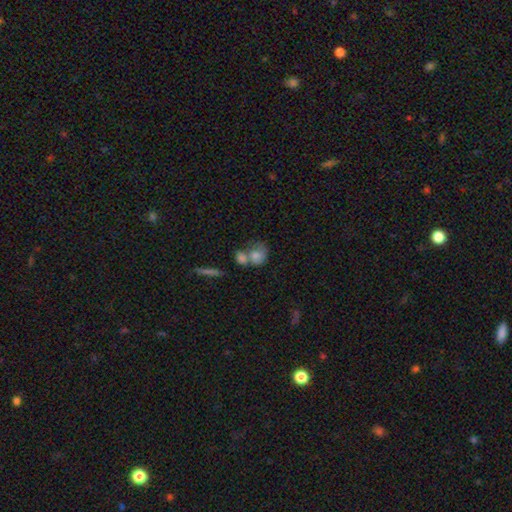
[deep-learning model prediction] Smooth or featured? Predicted: smooth (p=0.69). How rounded? Predicted: round (p=0.53). Merging? Predicted: merger (p=0.52).